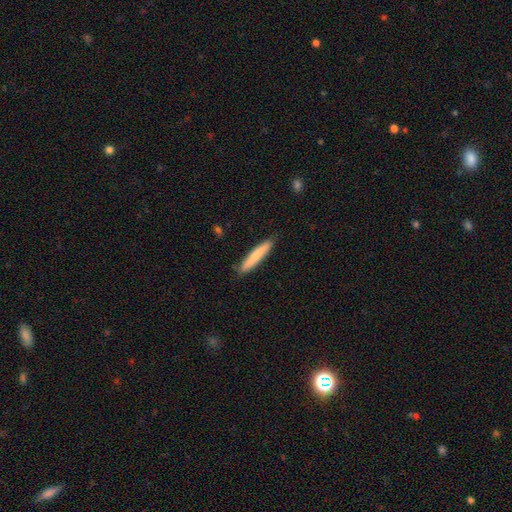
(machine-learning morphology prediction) Smooth or featured? smooth (78%)
How rounded? cigar-shaped (92%)
Merging? none (86%)